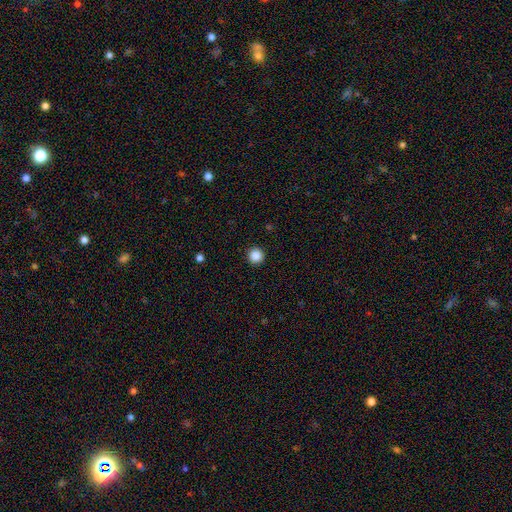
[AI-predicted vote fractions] Smooth or featured? smooth (86%)
How rounded? round (96%)
Merging? none (93%)